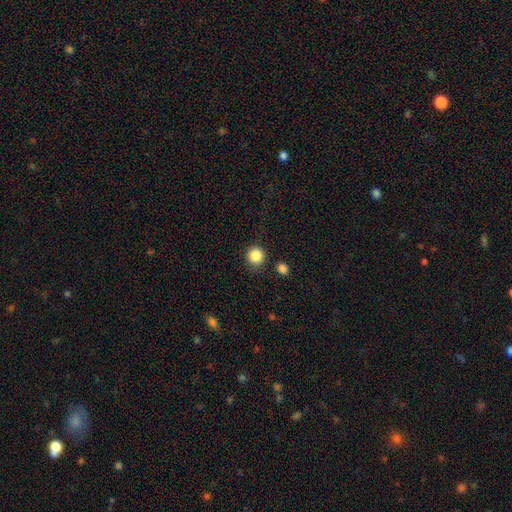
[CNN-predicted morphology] Q: Smooth or featured?
A: smooth (87%); runner-up: star or artifact (10%)
Q: How rounded?
A: round (93%); runner-up: in between (6%)
Q: Merging?
A: none (87%); runner-up: minor disturbance (7%)